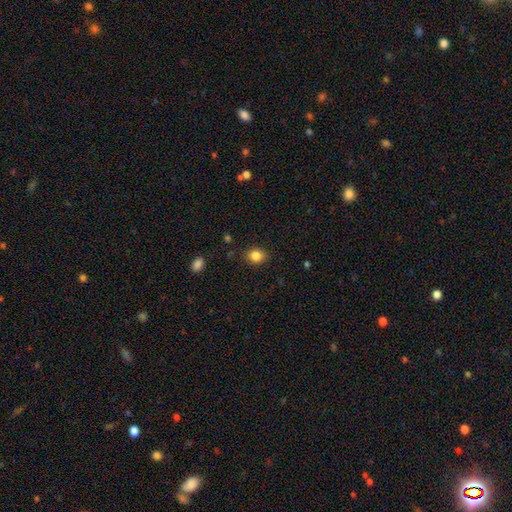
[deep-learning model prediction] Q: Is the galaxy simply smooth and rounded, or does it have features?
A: smooth — 84%.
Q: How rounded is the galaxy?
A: round — 61%.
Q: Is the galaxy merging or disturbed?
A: none — 85%.